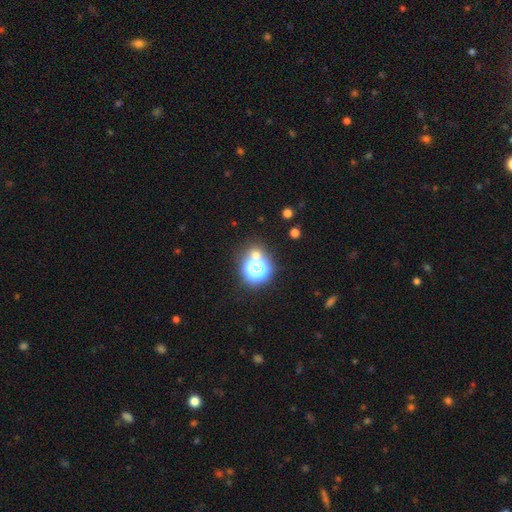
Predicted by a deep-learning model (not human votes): smooth 47%, star or artifact 43%, featured or disk 10%. Down the decision tree: merging — none (66%).